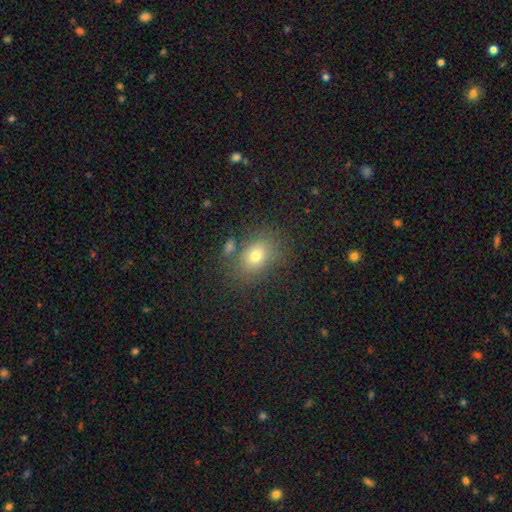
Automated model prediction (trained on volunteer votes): Smooth or featured? Predicted: smooth (p=0.75). How rounded? Predicted: in between (p=0.68). Merging? Predicted: none (p=0.74).